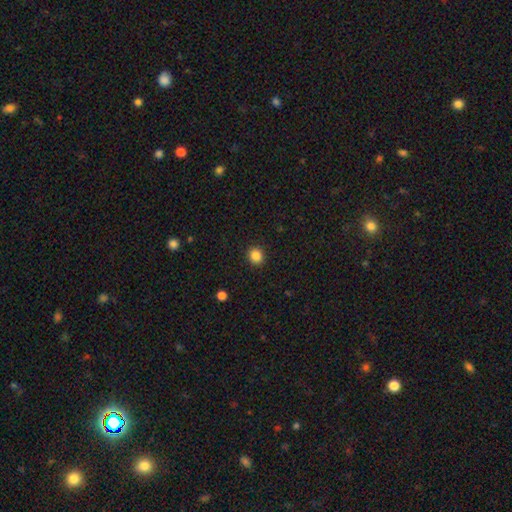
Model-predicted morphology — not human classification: smooth_or_featured: smooth (p=0.85) [alt: star or artifact p=0.11]
how_rounded: round (p=0.83) [alt: in between p=0.16]
merging: none (p=0.91) [alt: minor disturbance p=0.06]